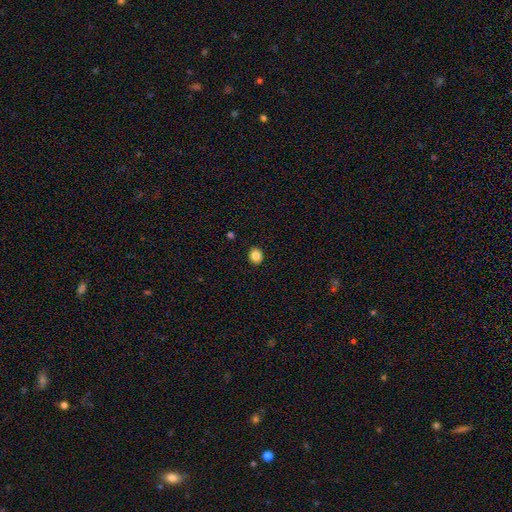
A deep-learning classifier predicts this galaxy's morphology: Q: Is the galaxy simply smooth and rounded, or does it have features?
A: smooth — 84%.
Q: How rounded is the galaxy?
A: round — 69%.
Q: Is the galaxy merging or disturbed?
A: none — 91%.